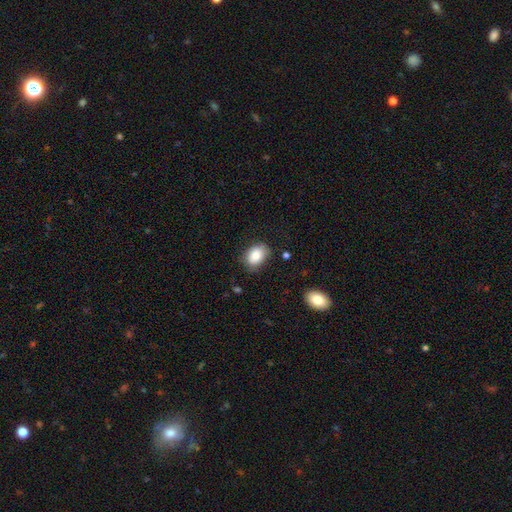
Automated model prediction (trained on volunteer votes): Smooth or featured?
  - smooth: 84% *
  - featured or disk: 8%
  - star or artifact: 8%
How rounded?
  - in between: 79% *
  - round: 20%
  - cigar-shaped: 1%
Merging?
  - none: 75% *
  - minor disturbance: 19%
  - major disturbance: 4%
  - merger: 2%